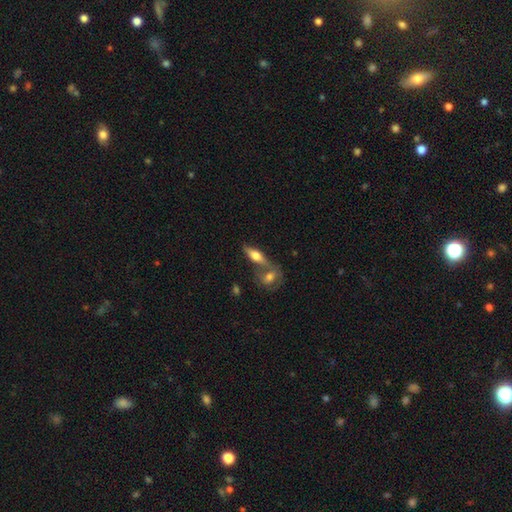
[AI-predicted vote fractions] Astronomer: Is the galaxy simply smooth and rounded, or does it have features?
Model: featured or disk — 48% (runner-up: smooth, 44%).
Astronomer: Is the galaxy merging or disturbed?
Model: none — 52% (runner-up: merger, 34%).